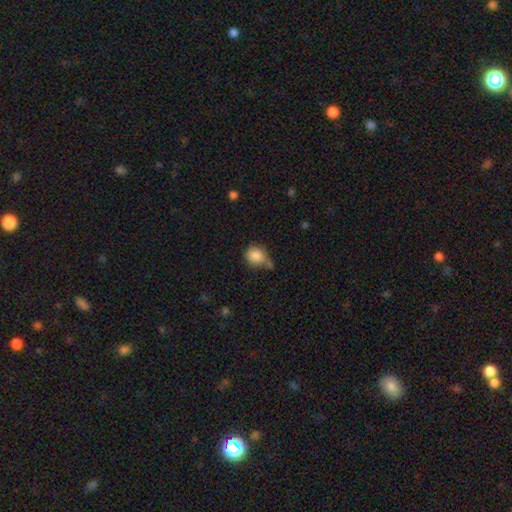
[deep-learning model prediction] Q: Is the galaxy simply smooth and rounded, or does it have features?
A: smooth — 85%.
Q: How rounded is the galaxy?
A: round — 71%.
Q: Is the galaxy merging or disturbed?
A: none — 41%.